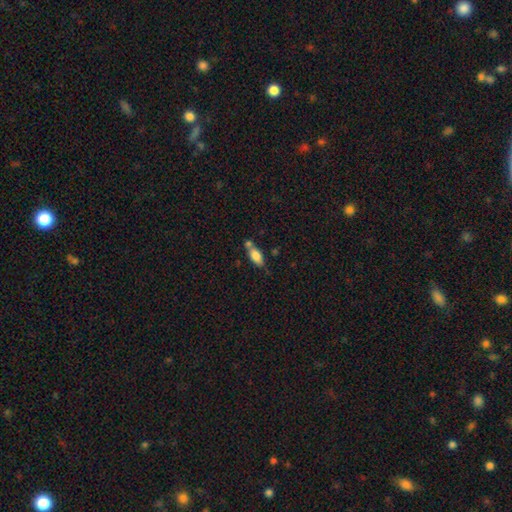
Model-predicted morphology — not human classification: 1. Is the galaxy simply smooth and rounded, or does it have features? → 77% smooth, 15% featured or disk, 8% star or artifact.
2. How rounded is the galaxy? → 77% in between, 20% cigar-shaped, 3% round.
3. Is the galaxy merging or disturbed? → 49% none, 28% merger, 18% minor disturbance, 5% major disturbance.